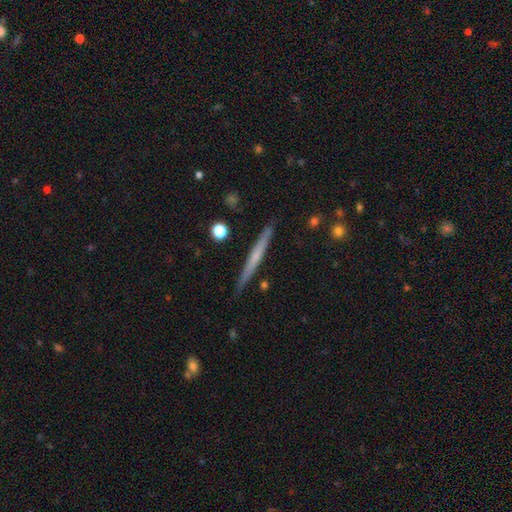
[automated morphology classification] type=featured or disk (51%); edge-on=yes (97%); merging=none (89%).